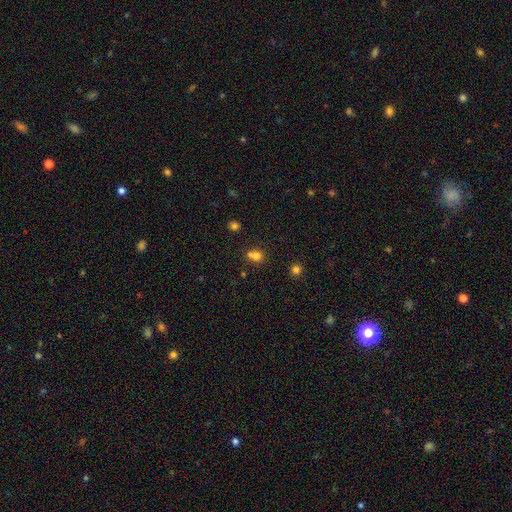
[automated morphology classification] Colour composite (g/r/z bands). It shows a smooth galaxy with no disk features (75%) that is round (72%). Merging: none (45%).